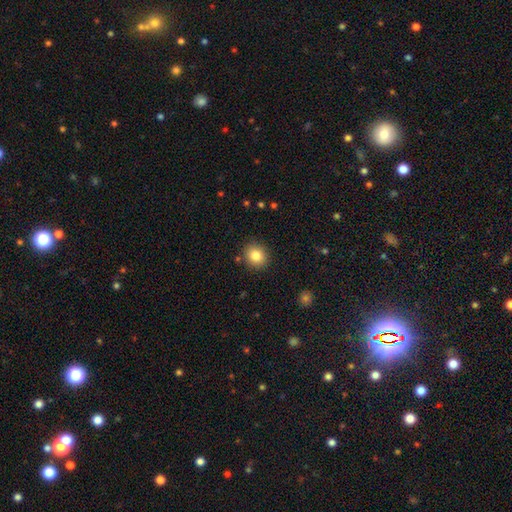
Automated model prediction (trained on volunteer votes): Q: Smooth or featured?
A: smooth (84%); runner-up: star or artifact (10%)
Q: How rounded?
A: round (77%); runner-up: in between (23%)
Q: Merging?
A: none (88%); runner-up: minor disturbance (8%)